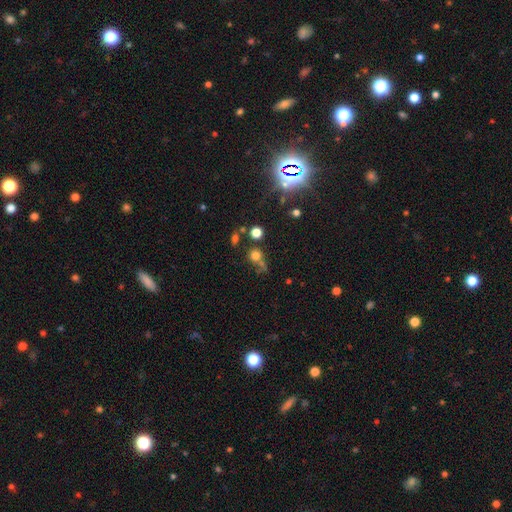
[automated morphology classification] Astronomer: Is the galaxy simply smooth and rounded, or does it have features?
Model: smooth — 68%.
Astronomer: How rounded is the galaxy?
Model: round — 86%.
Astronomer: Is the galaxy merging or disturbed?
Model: none — 57%.